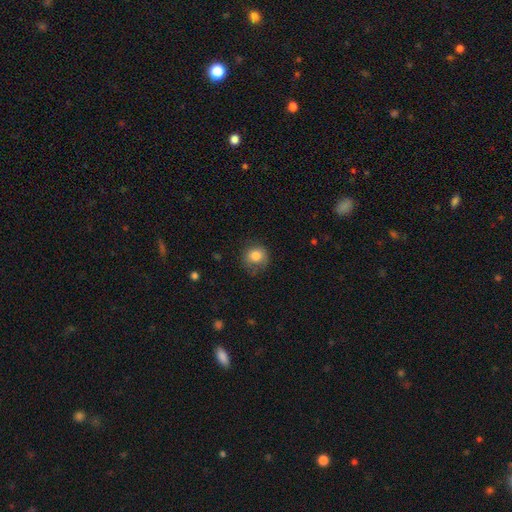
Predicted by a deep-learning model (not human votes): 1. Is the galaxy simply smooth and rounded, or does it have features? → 80% smooth, 11% featured or disk, 9% star or artifact.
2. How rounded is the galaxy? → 82% round, 17% in between, 1% cigar-shaped.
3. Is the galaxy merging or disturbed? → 60% none, 26% minor disturbance, 12% major disturbance, 2% merger.